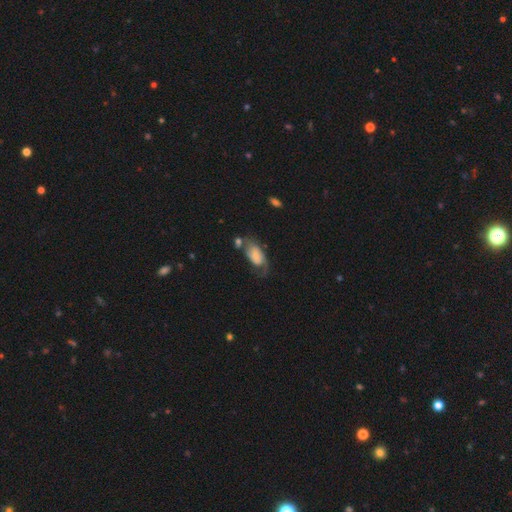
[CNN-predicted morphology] Smooth or featured?
  - smooth: 47% *
  - featured or disk: 46%
  - star or artifact: 7%
Merging?
  - none: 37% *
  - minor disturbance: 26%
  - major disturbance: 25%
  - merger: 12%